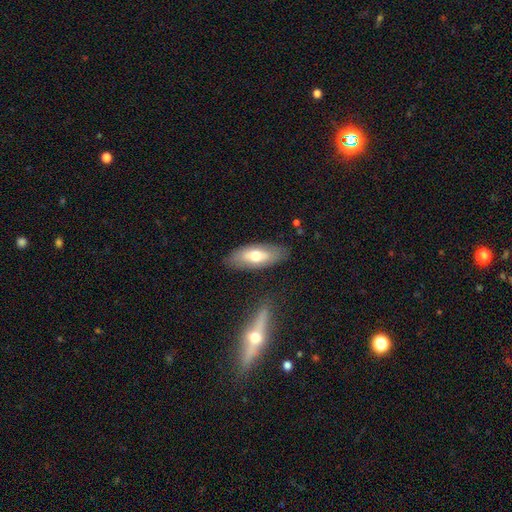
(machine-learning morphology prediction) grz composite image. It shows a smooth galaxy with no disk features (58%) that is in between round and cigar-shaped (82%). Merging: none (82%).